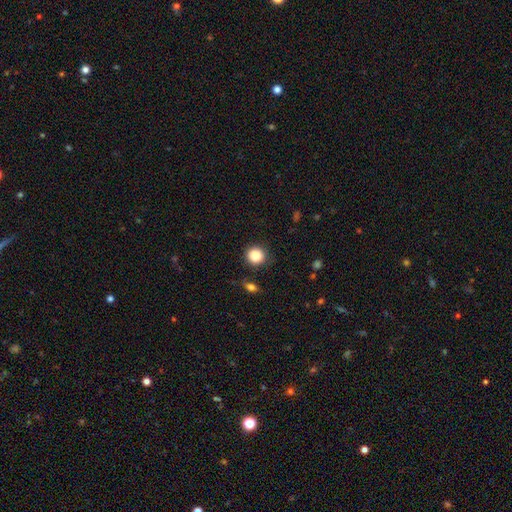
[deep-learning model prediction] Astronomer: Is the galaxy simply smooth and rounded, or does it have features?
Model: smooth — 85%.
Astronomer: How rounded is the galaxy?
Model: round — 91%.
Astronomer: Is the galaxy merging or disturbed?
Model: none — 87%.